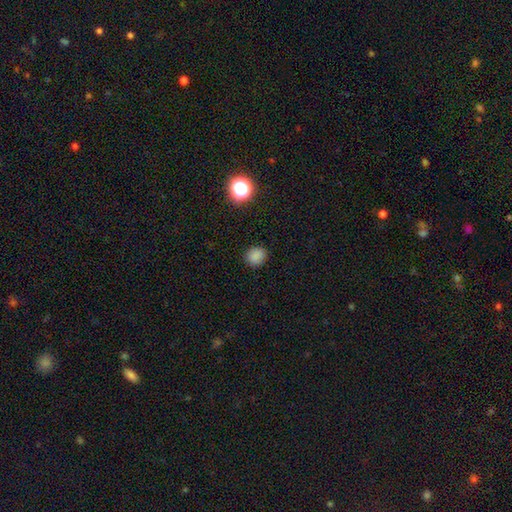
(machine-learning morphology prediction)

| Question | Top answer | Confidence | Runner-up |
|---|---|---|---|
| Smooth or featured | smooth | 83% | star or artifact (14%) |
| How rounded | round | 80% | in between (19%) |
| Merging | none | 88% | minor disturbance (8%) |